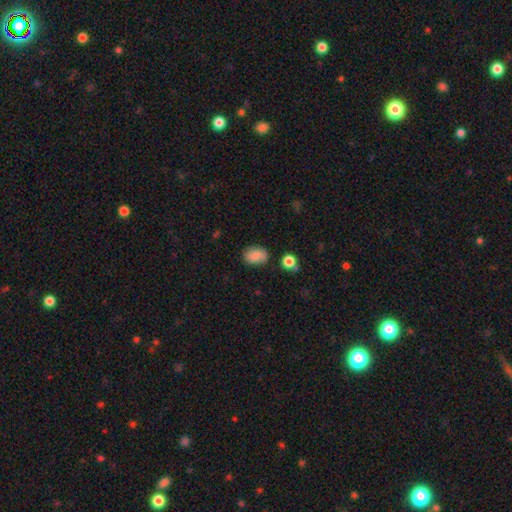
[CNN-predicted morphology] smooth-or-featured: smooth: 83% | star or artifact: 9% | featured or disk: 8%
  how-rounded: in between: 73% | round: 26% | cigar-shaped: 1%
  merging: none: 75% | minor disturbance: 18% | major disturbance: 4% | merger: 3%